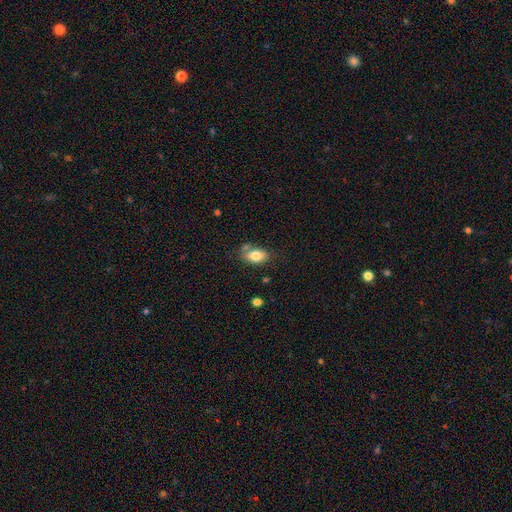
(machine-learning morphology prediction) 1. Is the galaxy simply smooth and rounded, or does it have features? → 81% smooth, 11% featured or disk, 8% star or artifact.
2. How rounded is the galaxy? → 90% in between, 9% round, 2% cigar-shaped.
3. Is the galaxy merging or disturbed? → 65% none, 19% minor disturbance, 11% merger, 5% major disturbance.